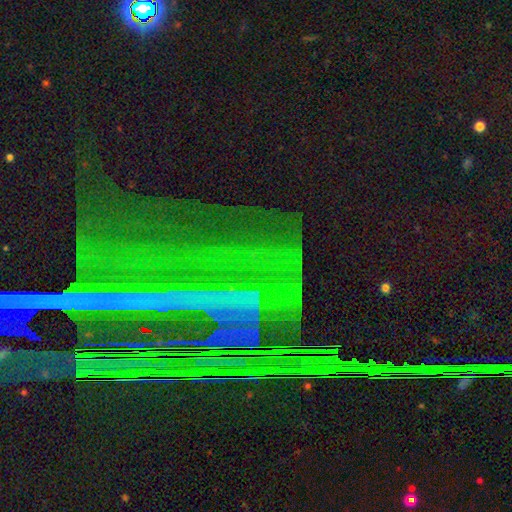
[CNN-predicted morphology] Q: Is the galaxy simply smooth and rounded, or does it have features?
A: star or artifact — 79%.